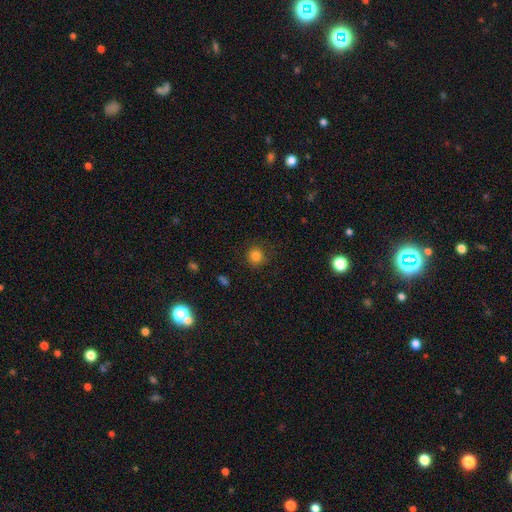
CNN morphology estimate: This appears to be a smooth galaxy with no disk features (81%) that is round (91%). Merging: none (86%).